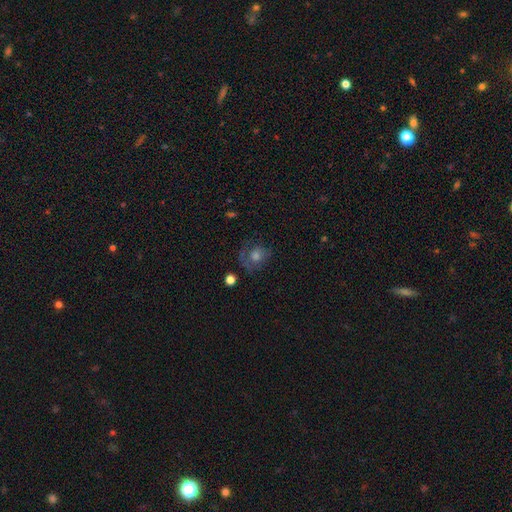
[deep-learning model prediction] Q: Smooth or featured?
A: featured or disk (42%); runner-up: smooth (40%)
Q: Merging?
A: none (56%); runner-up: major disturbance (22%)